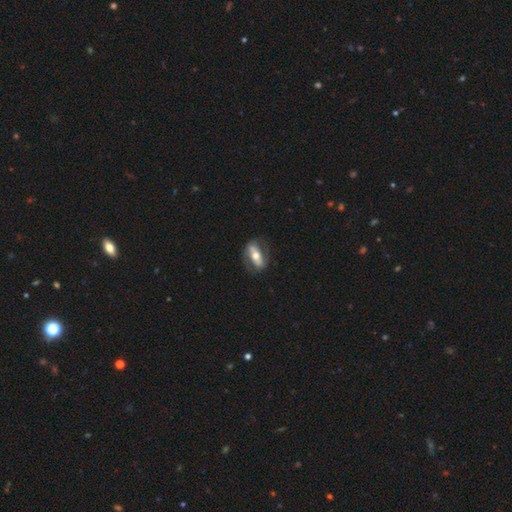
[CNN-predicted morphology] This is possibly a featured or disk galaxy (55%). It is likely not viewed edge-on (78%). Merging: likely none (73%).